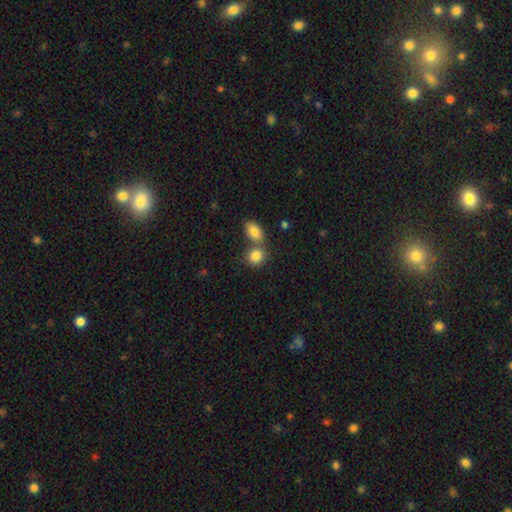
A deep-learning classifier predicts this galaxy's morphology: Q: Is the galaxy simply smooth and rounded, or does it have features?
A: smooth — 85%.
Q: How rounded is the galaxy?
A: round — 59%.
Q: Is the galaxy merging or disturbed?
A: none — 47%.